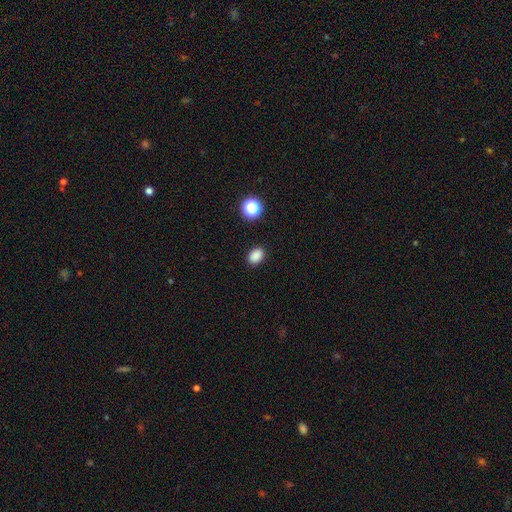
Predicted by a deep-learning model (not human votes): Smooth or featured: smooth — 86% (star or artifact — 11%)
How rounded: in between — 75% (round — 24%)
Merging: none — 88% (minor disturbance — 8%)